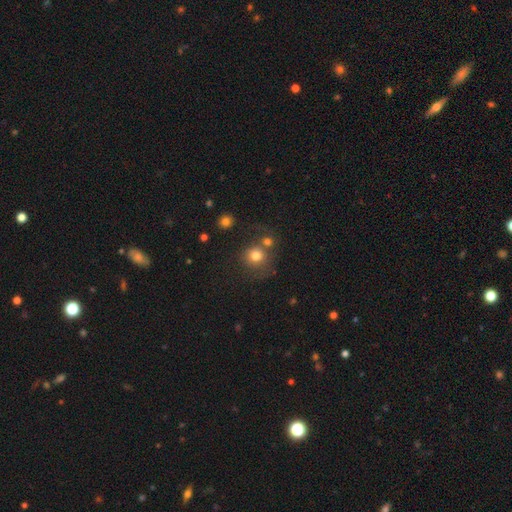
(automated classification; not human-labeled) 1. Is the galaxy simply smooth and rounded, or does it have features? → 77% smooth, 13% star or artifact, 10% featured or disk.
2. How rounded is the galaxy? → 86% round, 13% in between, 1% cigar-shaped.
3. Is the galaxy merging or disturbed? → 54% none, 28% merger, 11% minor disturbance, 7% major disturbance.